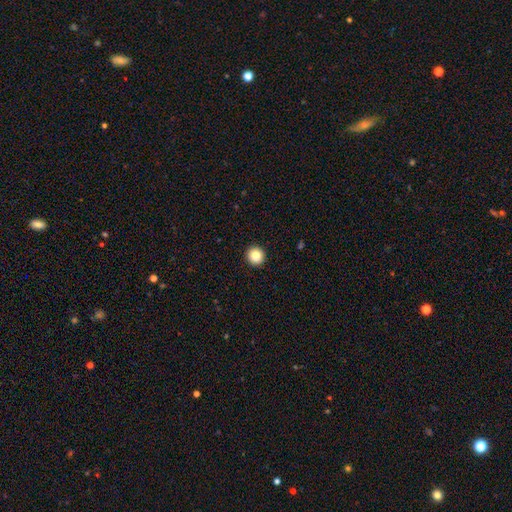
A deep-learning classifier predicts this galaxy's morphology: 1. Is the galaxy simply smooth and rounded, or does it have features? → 85% smooth, 10% star or artifact, 6% featured or disk.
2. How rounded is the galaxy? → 94% round, 5% in between, 1% cigar-shaped.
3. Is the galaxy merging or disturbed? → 93% none, 4% minor disturbance, 1% major disturbance, 1% merger.